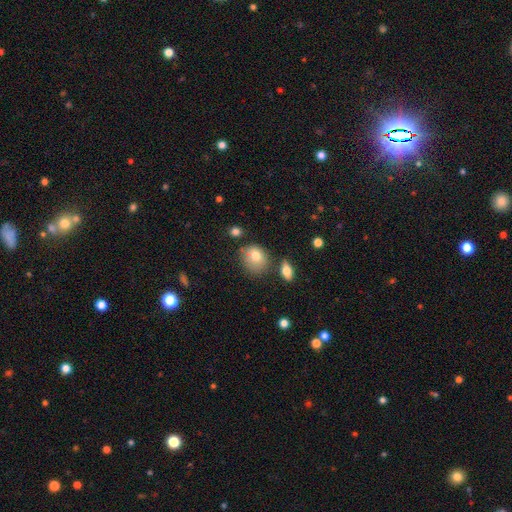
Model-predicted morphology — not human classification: Smooth or featured: smooth — 76% (featured or disk — 14%)
How rounded: round — 66% (in between — 33%)
Merging: none — 55% (minor disturbance — 26%)